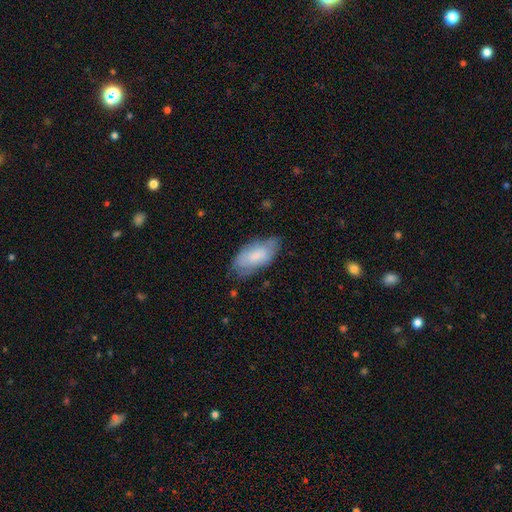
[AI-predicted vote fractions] This appears to be a smooth galaxy with no disk features (70%) that is in between round and cigar-shaped (92%). Merging: none (60%).